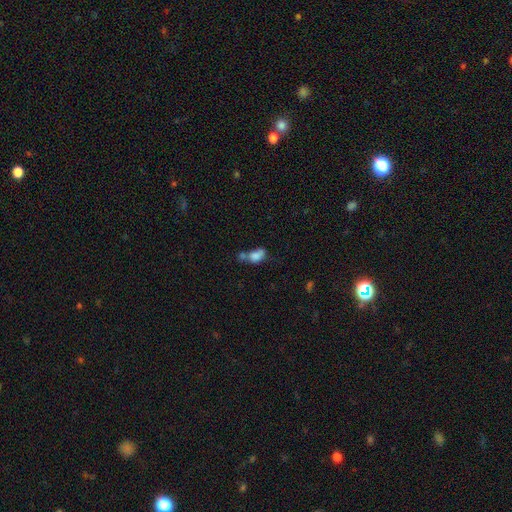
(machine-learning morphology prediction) smooth-or-featured: smooth: 76% | featured or disk: 13% | star or artifact: 11%
  how-rounded: in between: 82% | round: 14% | cigar-shaped: 4%
  merging: merger: 50% | none: 24% | minor disturbance: 15% | major disturbance: 11%